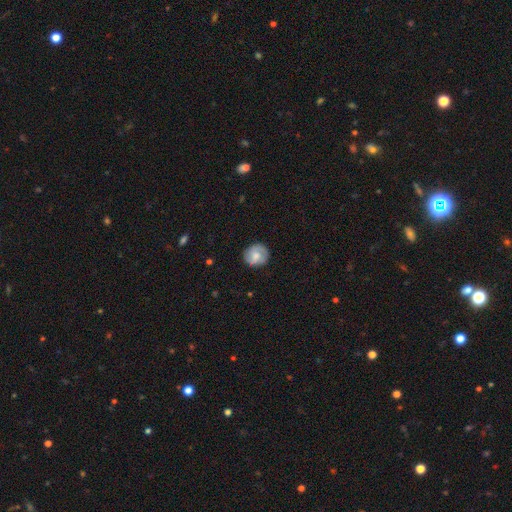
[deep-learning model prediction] Smooth or featured: smooth — 62% (featured or disk — 31%)
How rounded: round — 85% (in between — 14%)
Merging: none — 81% (minor disturbance — 14%)